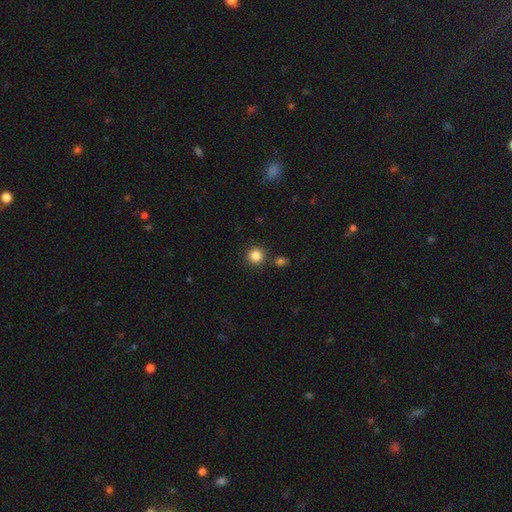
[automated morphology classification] smooth 85%, star or artifact 11%, featured or disk 4%. Down the decision tree: how rounded — round (94%); merging — none (84%).